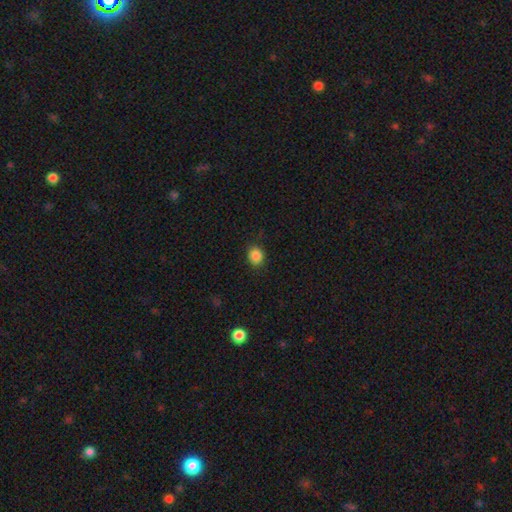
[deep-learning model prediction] A smooth galaxy with no disk features (86%) that is round (65%). Merging: none (87%).